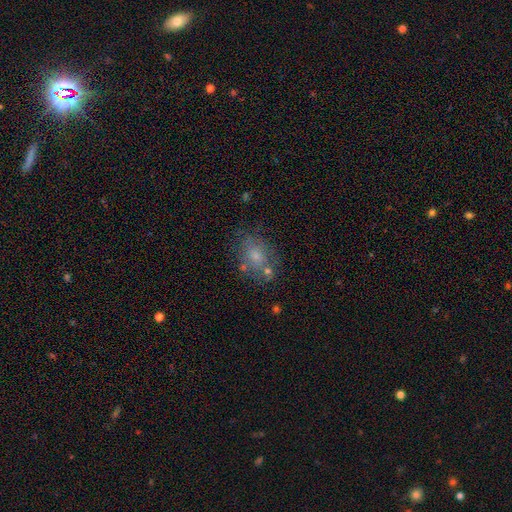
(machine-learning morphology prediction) type=smooth (60%); roundness=in between (65%); merging=none (61%).